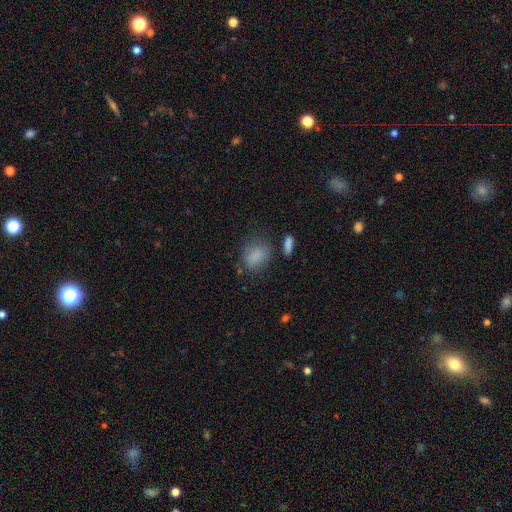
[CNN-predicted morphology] Smooth or featured? smooth (82%)
How rounded? in between (62%)
Merging? none (63%)